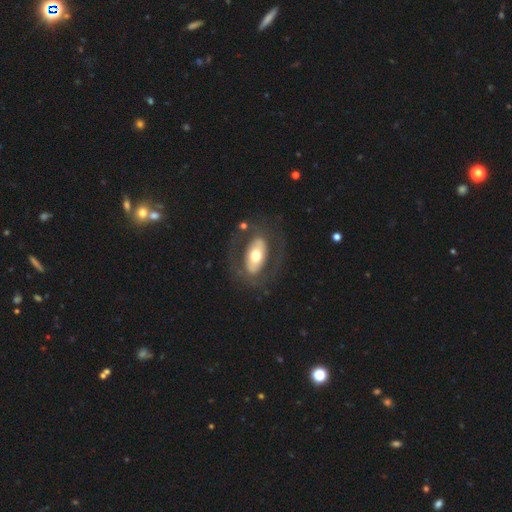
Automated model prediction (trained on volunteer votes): smooth-or-featured: featured or disk: 56% | smooth: 39% | star or artifact: 5%
  disk-edge-on: no: 89% | yes: 11%
  merging: none: 73% | minor disturbance: 13% | major disturbance: 12% | merger: 2%